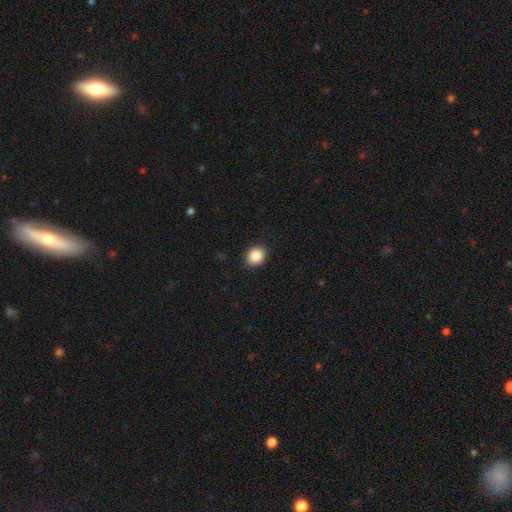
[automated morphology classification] smooth-or-featured: smooth: 87% | star or artifact: 9% | featured or disk: 5%
  how-rounded: round: 61% | in between: 38% | cigar-shaped: 1%
  merging: none: 90% | minor disturbance: 8% | major disturbance: 2% | merger: 1%